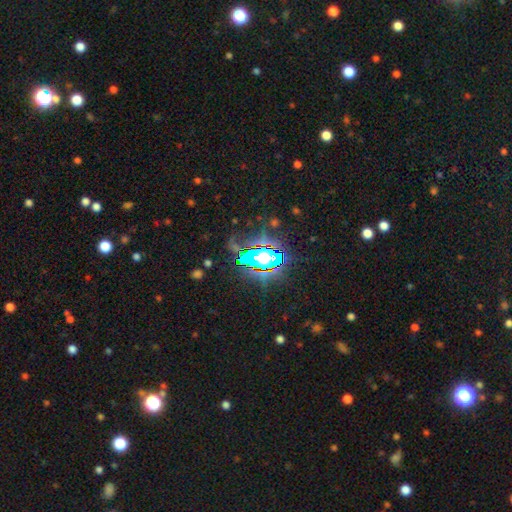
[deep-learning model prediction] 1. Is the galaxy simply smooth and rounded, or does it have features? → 66% star or artifact, 19% smooth, 15% featured or disk.